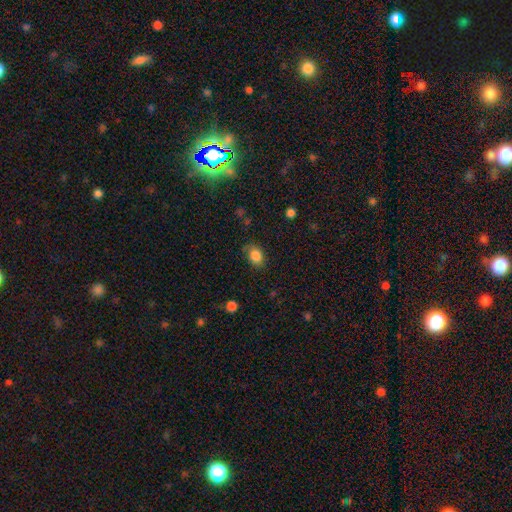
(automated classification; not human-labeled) A smooth galaxy with no disk features (84%) that is in between round and cigar-shaped (64%). Merging: none (68%).